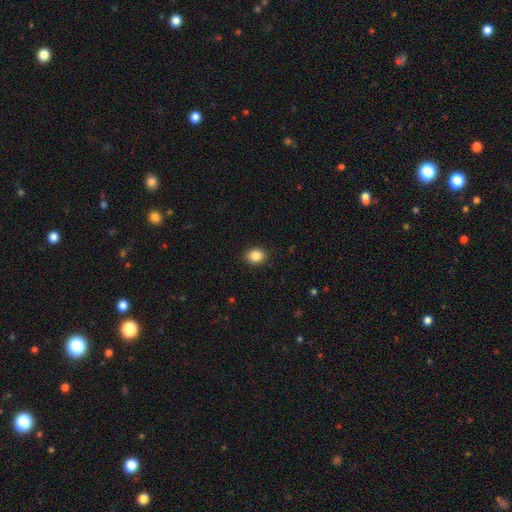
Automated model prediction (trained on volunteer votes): Smooth or featured?
  - smooth: 87% *
  - star or artifact: 9%
  - featured or disk: 4%
How rounded?
  - round: 57% *
  - in between: 42%
  - cigar-shaped: 1%
Merging?
  - none: 90% *
  - minor disturbance: 7%
  - major disturbance: 2%
  - merger: 1%